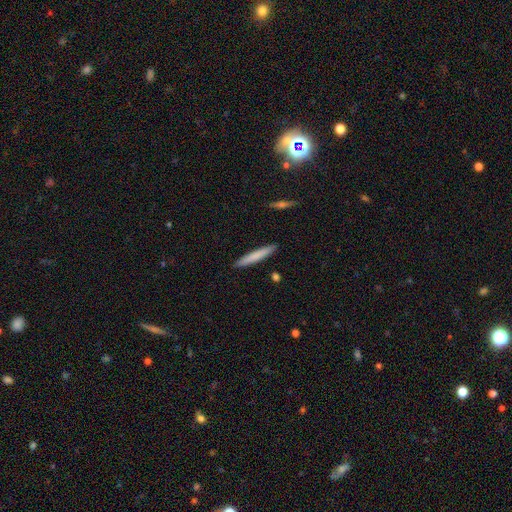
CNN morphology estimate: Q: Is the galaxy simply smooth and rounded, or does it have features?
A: smooth — 75%.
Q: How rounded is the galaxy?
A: cigar-shaped — 95%.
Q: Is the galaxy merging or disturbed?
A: none — 91%.